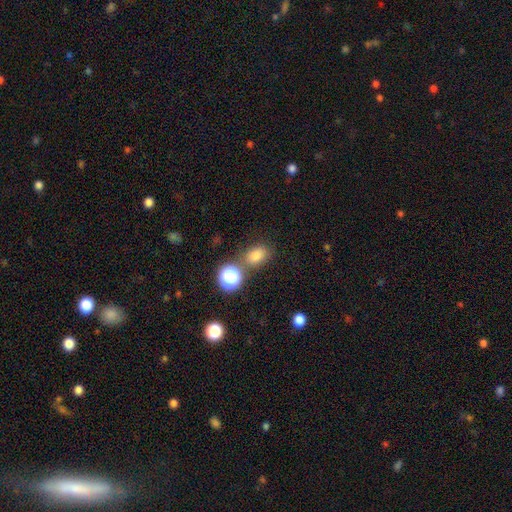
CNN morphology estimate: This appears to be a smooth galaxy with no disk features (77%) that is in between round and cigar-shaped (65%). Merging: none (73%).